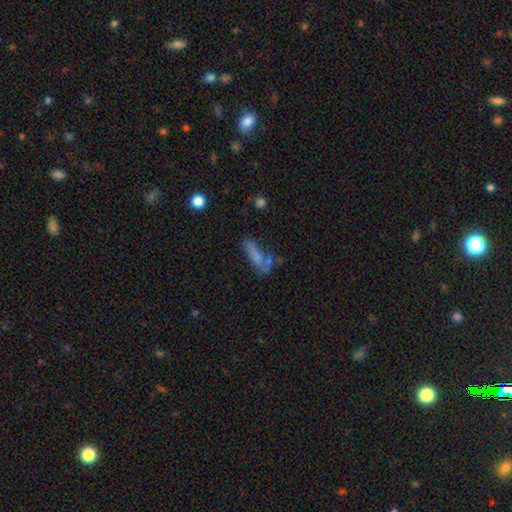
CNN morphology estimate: A smooth galaxy with no disk features (66%) that is cigar-shaped (58%). Merging: none (46%).